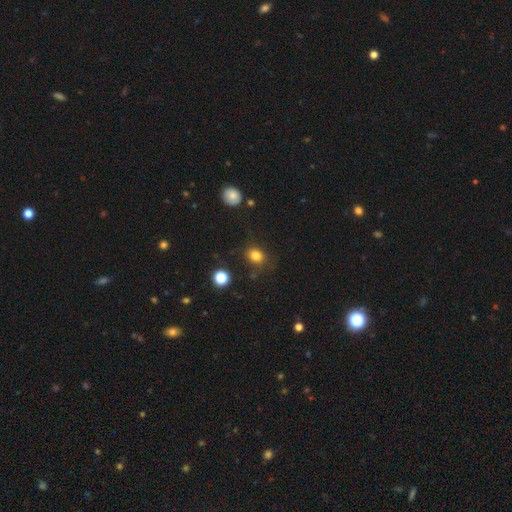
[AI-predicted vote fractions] Q: Smooth or featured?
A: smooth (82%); runner-up: star or artifact (13%)
Q: How rounded?
A: round (58%); runner-up: in between (41%)
Q: Merging?
A: none (80%); runner-up: minor disturbance (13%)